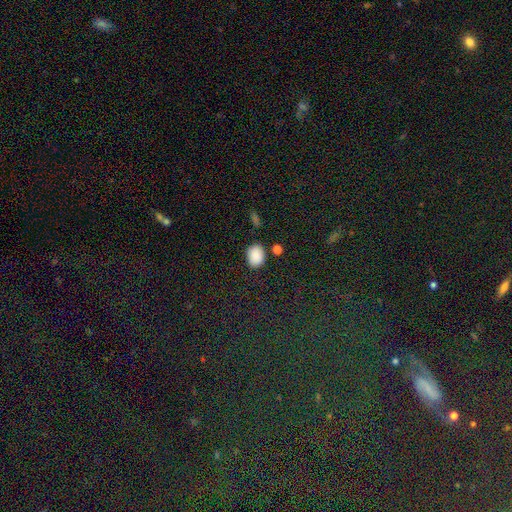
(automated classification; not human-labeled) Morphology: type=smooth (88%); roundness=in between (69%); merging=none (79%).